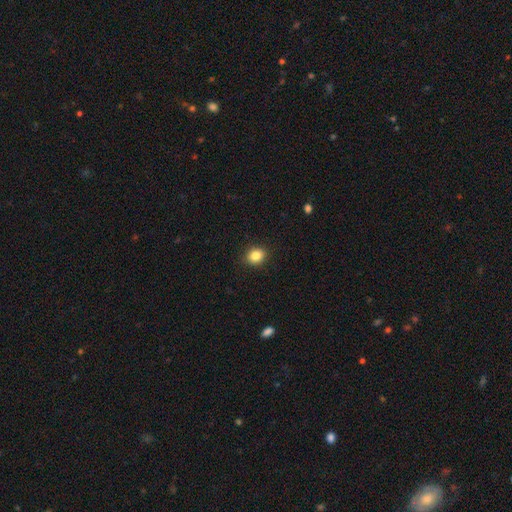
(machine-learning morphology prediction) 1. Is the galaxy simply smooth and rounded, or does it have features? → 85% smooth, 10% star or artifact, 5% featured or disk.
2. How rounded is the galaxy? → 62% round, 37% in between, 1% cigar-shaped.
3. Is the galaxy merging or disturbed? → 90% none, 7% minor disturbance, 2% major disturbance, 1% merger.